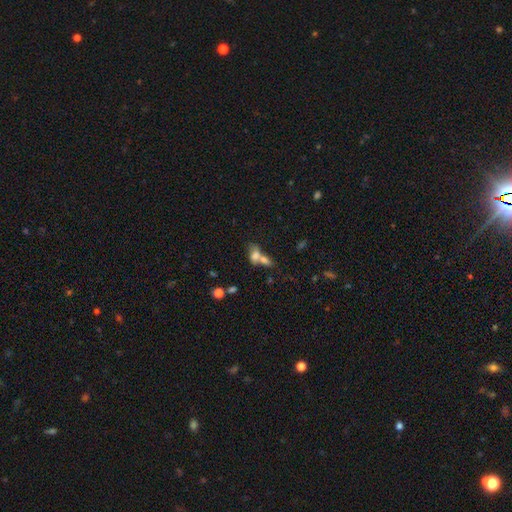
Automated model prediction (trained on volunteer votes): smooth-or-featured: smooth: 68% | featured or disk: 20% | star or artifact: 12%
  how-rounded: in between: 73% | round: 20% | cigar-shaped: 7%
  merging: merger: 68% | none: 18% | minor disturbance: 7% | major disturbance: 7%